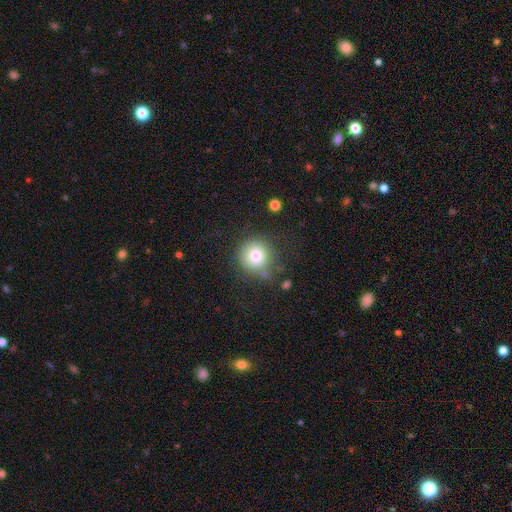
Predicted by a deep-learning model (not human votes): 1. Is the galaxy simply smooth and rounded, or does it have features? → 77% smooth, 12% featured or disk, 11% star or artifact.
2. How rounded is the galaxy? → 94% round, 5% in between, 1% cigar-shaped.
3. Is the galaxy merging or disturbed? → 73% none, 16% minor disturbance, 7% major disturbance, 5% merger.